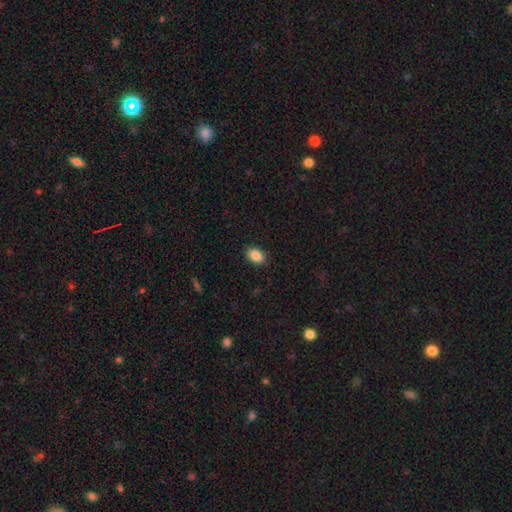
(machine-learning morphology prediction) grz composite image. It shows a smooth galaxy with no disk features (88%) that is in between round and cigar-shaped (85%). Merging: none (88%).